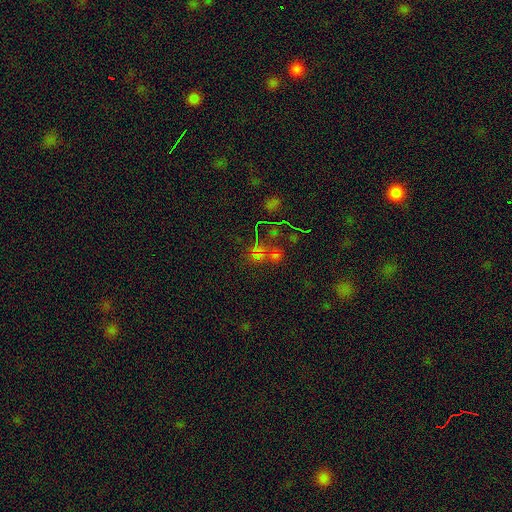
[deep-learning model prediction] Smooth or featured? Predicted: star or artifact (p=0.66).